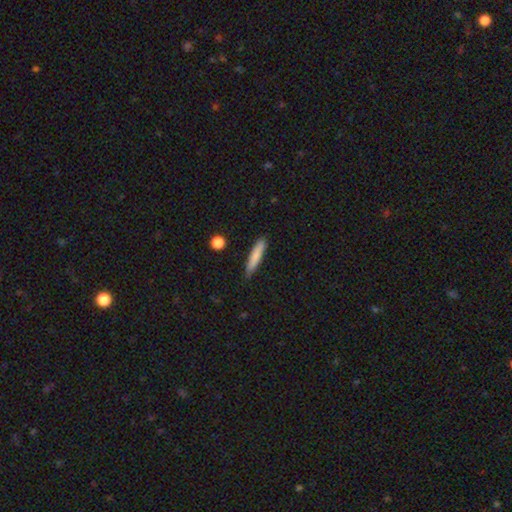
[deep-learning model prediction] smooth 80%, featured or disk 14%, star or artifact 6%. Down the decision tree: how rounded — cigar-shaped (88%); merging — none (84%).